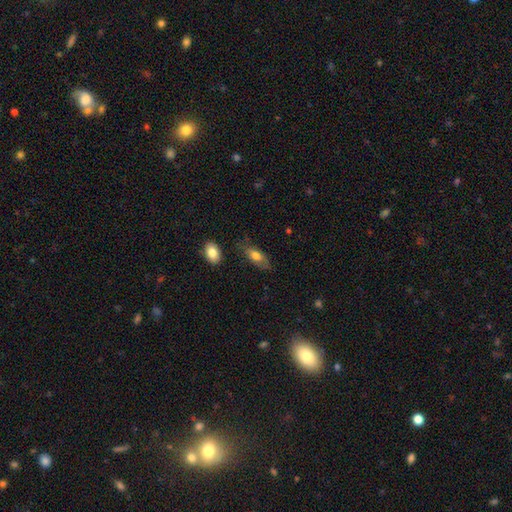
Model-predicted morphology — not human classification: Smooth or featured?
  - smooth: 68% *
  - featured or disk: 25%
  - star or artifact: 7%
How rounded?
  - in between: 85% *
  - cigar-shaped: 12%
  - round: 4%
Merging?
  - none: 69% *
  - minor disturbance: 22%
  - major disturbance: 6%
  - merger: 3%